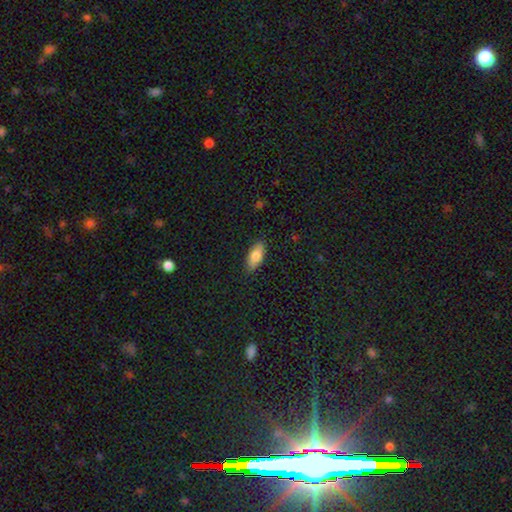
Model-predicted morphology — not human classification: Smooth or featured? Predicted: smooth (p=0.83). How rounded? Predicted: in between (p=0.88). Merging? Predicted: none (p=0.86).